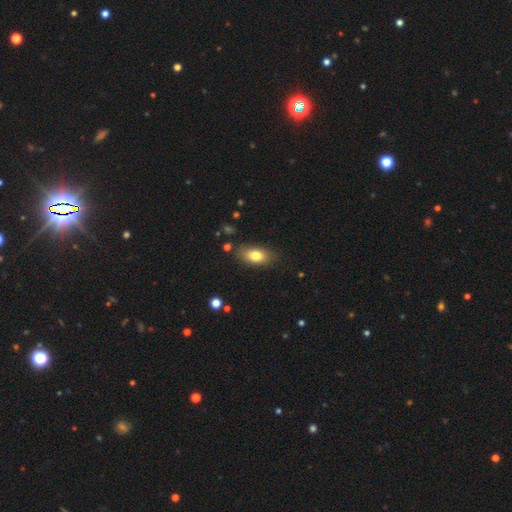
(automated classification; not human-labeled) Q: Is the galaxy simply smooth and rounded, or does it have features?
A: smooth — 80%.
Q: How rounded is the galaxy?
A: in between — 87%.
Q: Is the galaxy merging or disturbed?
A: none — 83%.